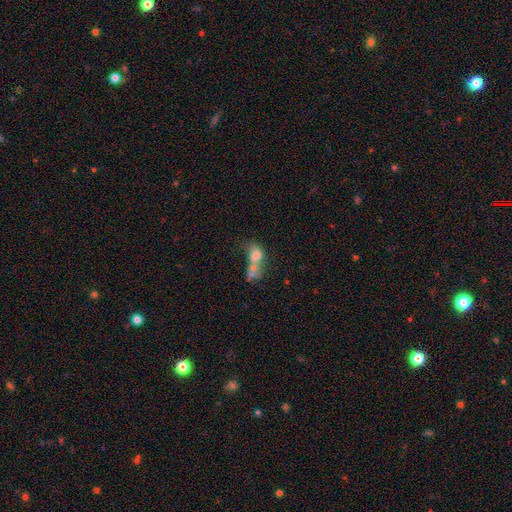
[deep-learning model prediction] Smooth or featured: smooth — 60% (featured or disk — 29%)
How rounded: in between — 64% (round — 32%)
Merging: merger — 66% (none — 13%)